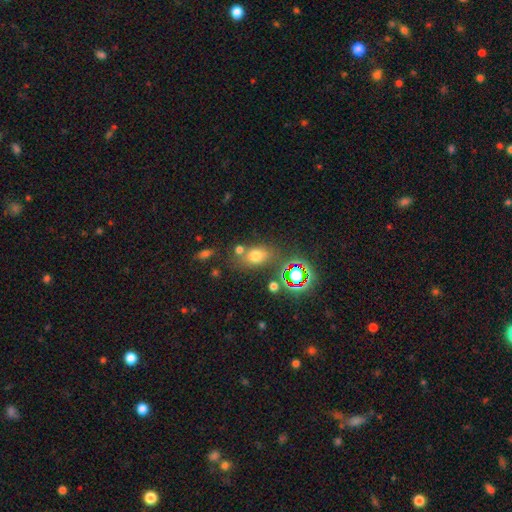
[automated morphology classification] smooth 66%, star or artifact 22%, featured or disk 12%. Down the decision tree: how rounded — in between (66%); merging — none (64%).